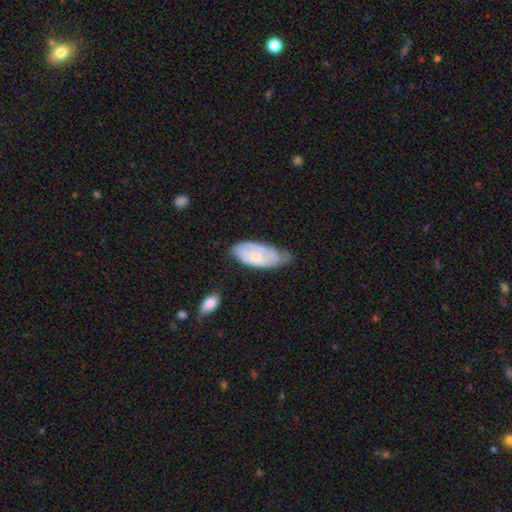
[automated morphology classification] This appears to be a featured or disk galaxy (47%, tied with smooth). Merging: none (42%).